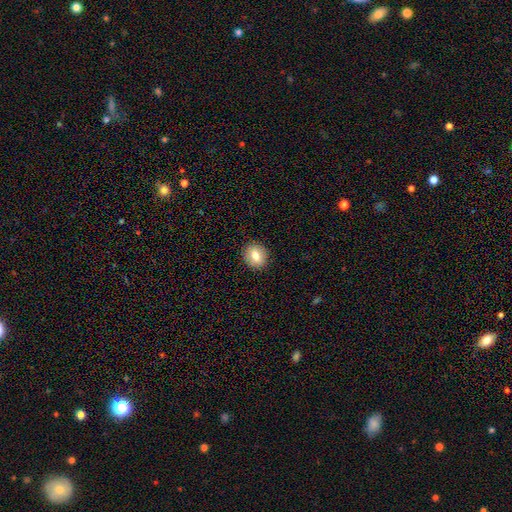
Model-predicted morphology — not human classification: A smooth galaxy with no disk features (77%) that is round (75%). Merging: none (90%).